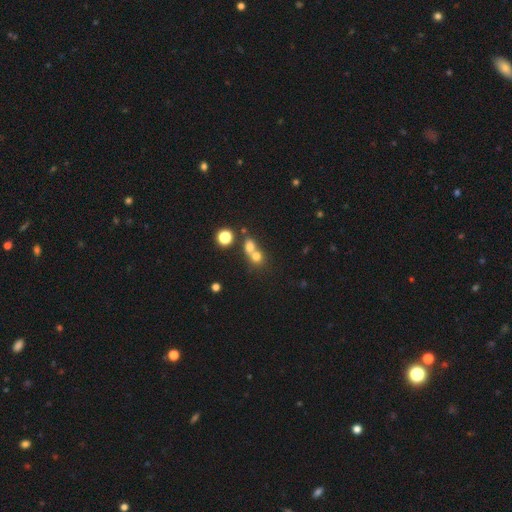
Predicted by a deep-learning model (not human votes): This is likely a smooth galaxy (71%). How rounded: likely round (76%). Merging: possibly merger (58%).